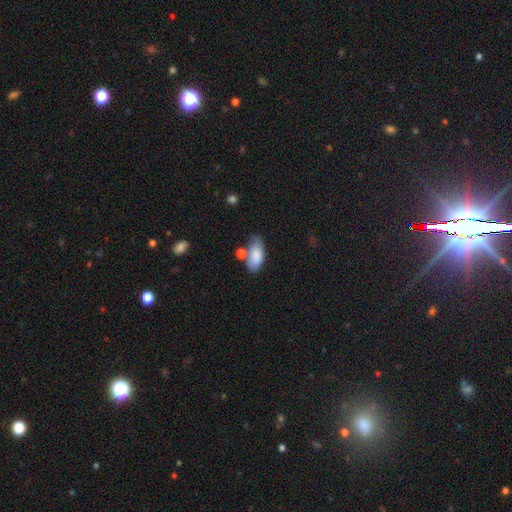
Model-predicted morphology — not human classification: Overall: smooth (84%). How rounded: in between (91%). Merging: none (52%; minor disturbance 22%).